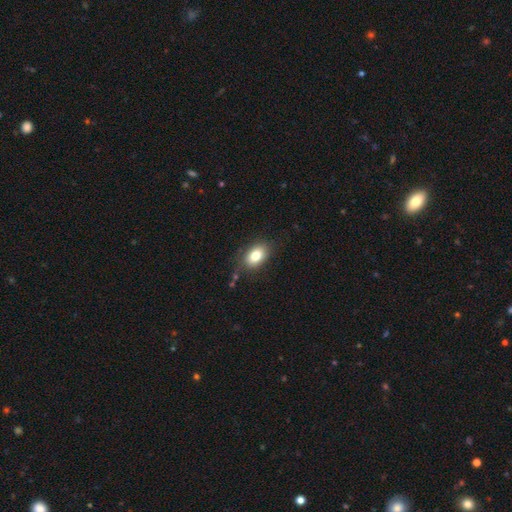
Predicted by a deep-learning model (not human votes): A smooth galaxy with no disk features (80%) that is in between round and cigar-shaped (83%). Merging: none (80%).